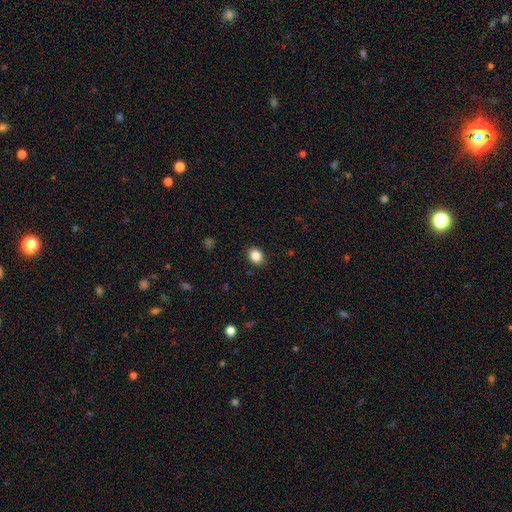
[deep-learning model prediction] The model was most divided on "how rounded": round: 55%, in between: 44%, cigar-shaped: 1%. More confident: merging — none (89%); smooth or featured — smooth (85%).